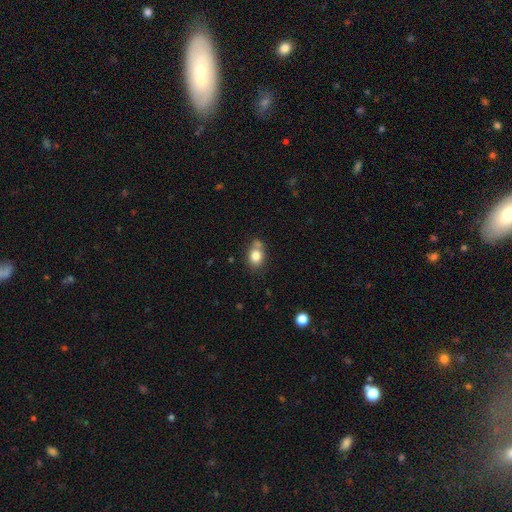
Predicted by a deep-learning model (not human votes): smooth 80%, featured or disk 10%, star or artifact 9%. Down the decision tree: how rounded — in between (62%); merging — none (58%).